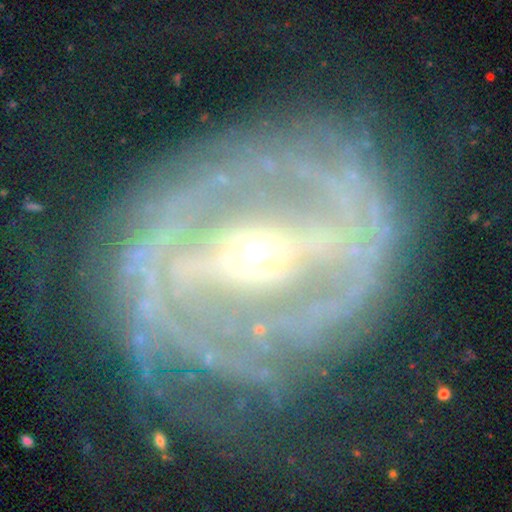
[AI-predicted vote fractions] smooth_or_featured: featured or disk (p=0.88) [alt: smooth p=0.06]
disk_edge_on: no (p=0.93) [alt: yes p=0.07]
bar: strong (p=0.57) [alt: weak p=0.27]
has_spiral_arms: yes (p=0.84) [alt: no p=0.16]
spiral_winding: tight (p=0.55) [alt: medium p=0.32]
spiral_arm_count: 2 (p=0.47) [alt: can't tell p=0.25]
bulge_size: small (p=0.73) [alt: moderate p=0.23]
merging: none (p=0.71) [alt: minor disturbance p=0.16]